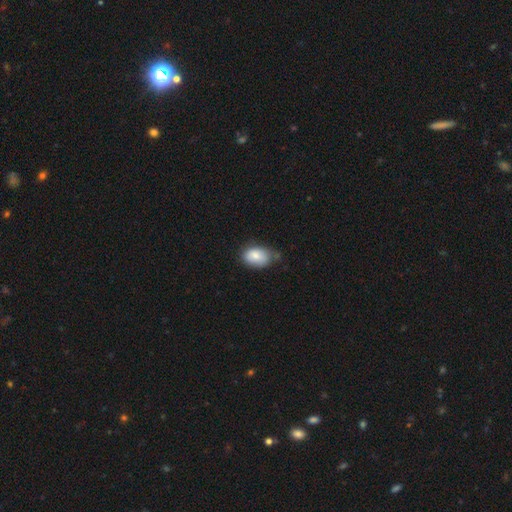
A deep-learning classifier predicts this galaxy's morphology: This appears to be a smooth galaxy with no disk features (83%) that is in between round and cigar-shaped (86%). Merging: none (56%).